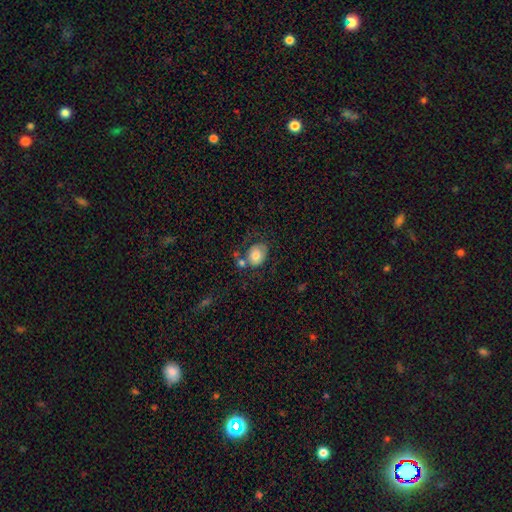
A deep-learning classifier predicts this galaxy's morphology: Smooth or featured?
  - smooth: 71% *
  - featured or disk: 21%
  - star or artifact: 8%
How rounded?
  - in between: 57% *
  - round: 42%
  - cigar-shaped: 1%
Merging?
  - none: 44% *
  - minor disturbance: 22%
  - merger: 19%
  - major disturbance: 15%